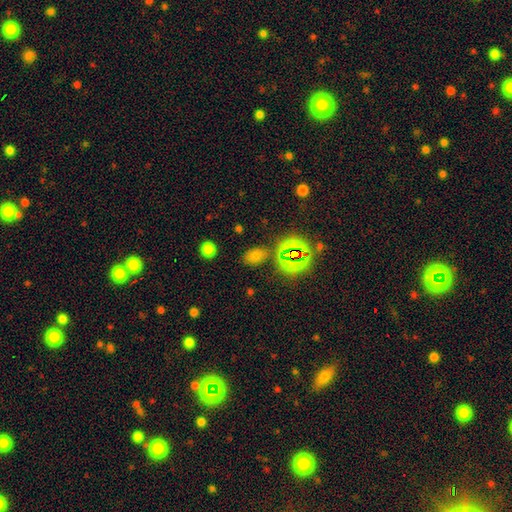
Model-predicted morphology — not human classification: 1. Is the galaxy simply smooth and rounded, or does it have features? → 62% smooth, 32% star or artifact, 6% featured or disk.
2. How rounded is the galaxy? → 84% in between, 13% round, 2% cigar-shaped.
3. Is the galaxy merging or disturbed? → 77% none, 13% minor disturbance, 6% merger, 5% major disturbance.